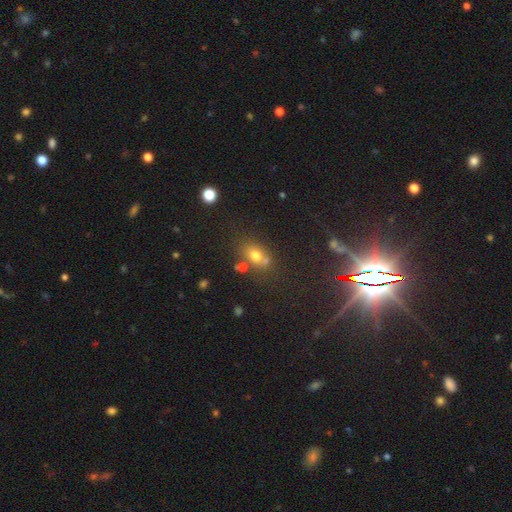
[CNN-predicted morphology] smooth_or_featured: smooth (p=0.64) [alt: star or artifact p=0.22]
how_rounded: in between (p=0.56) [alt: round p=0.42]
merging: none (p=0.55) [alt: merger p=0.26]